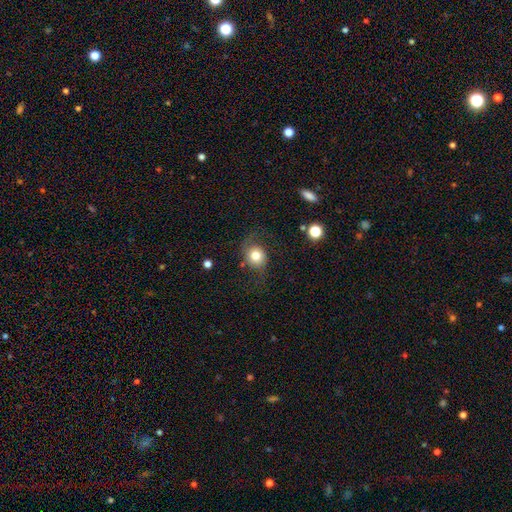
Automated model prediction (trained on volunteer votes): Smooth or featured?
  - smooth: 64% *
  - featured or disk: 26%
  - star or artifact: 10%
How rounded?
  - round: 74% *
  - in between: 25%
  - cigar-shaped: 1%
Merging?
  - none: 60% *
  - minor disturbance: 21%
  - major disturbance: 16%
  - merger: 3%